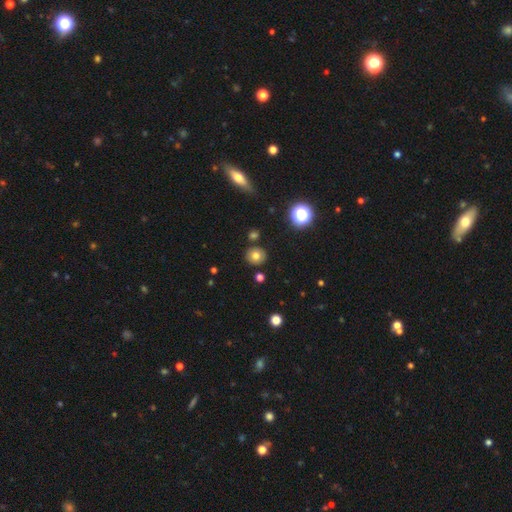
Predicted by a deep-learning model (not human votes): This is likely a smooth galaxy (75%). How rounded: clearly round (86%). Merging: clearly none (86%).